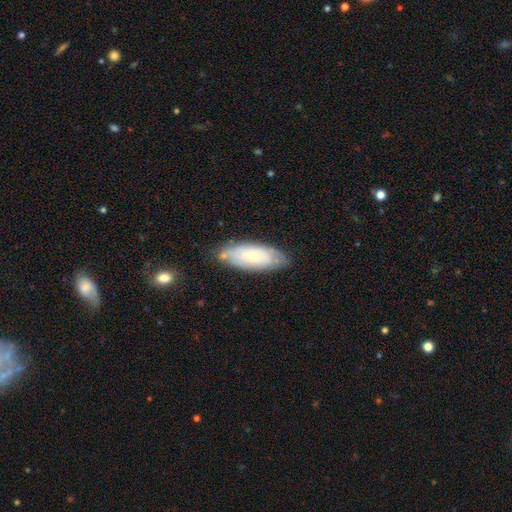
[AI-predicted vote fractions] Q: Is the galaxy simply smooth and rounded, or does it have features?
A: featured or disk — 48%.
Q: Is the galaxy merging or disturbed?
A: none — 77%.